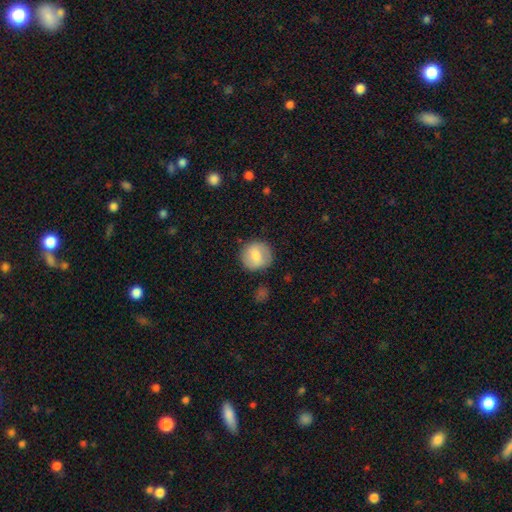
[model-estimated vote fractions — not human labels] This appears to be a smooth galaxy with no disk features (67%) that is round (90%). Merging: none (83%).